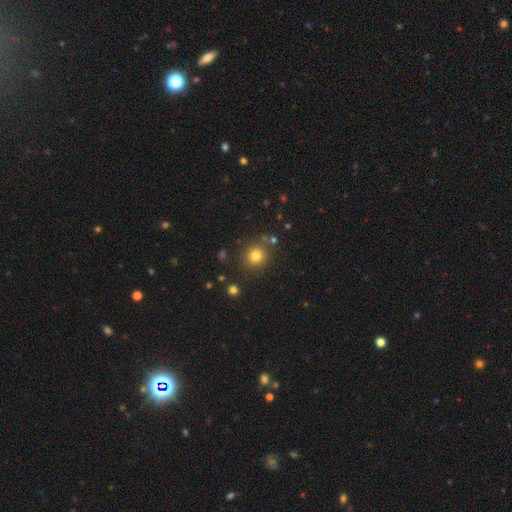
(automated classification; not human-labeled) Morphology: type=smooth (79%); roundness=round (89%); merging=none (83%).